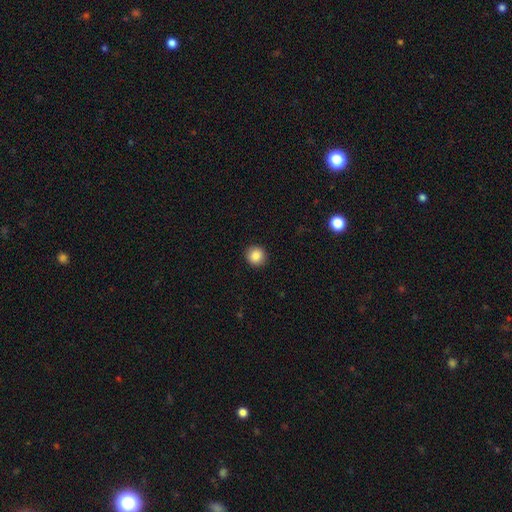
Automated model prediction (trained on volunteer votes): Q: Smooth or featured?
A: smooth (87%); runner-up: star or artifact (9%)
Q: How rounded?
A: round (92%); runner-up: in between (7%)
Q: Merging?
A: none (92%); runner-up: minor disturbance (5%)